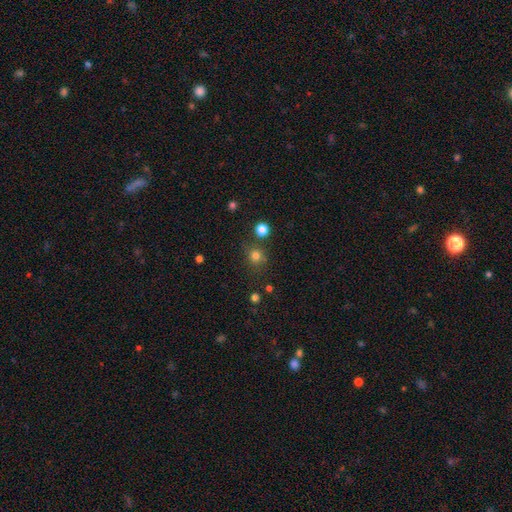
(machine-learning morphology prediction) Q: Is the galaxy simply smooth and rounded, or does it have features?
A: smooth — 77%.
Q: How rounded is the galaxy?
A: round — 89%.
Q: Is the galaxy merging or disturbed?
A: none — 76%.